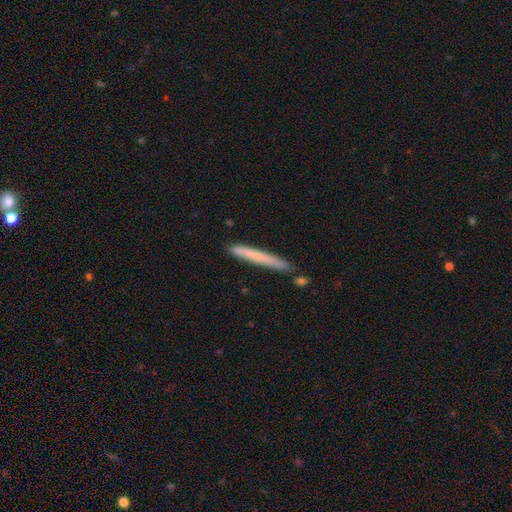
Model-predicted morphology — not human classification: A smooth galaxy with no disk features (65%) that is cigar-shaped (97%). Merging: none (82%).